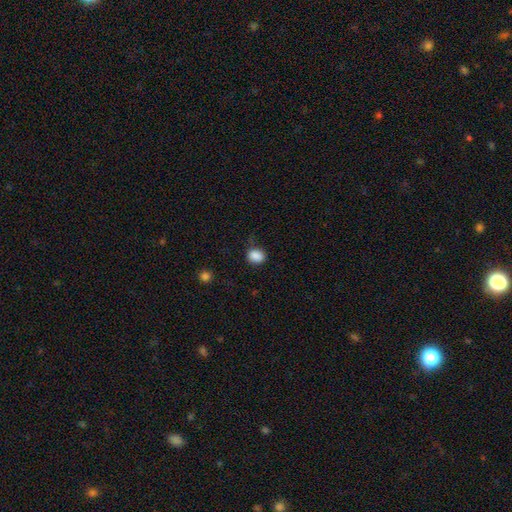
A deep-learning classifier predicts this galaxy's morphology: A smooth galaxy with no disk features (87%) that is round (60%).

Vote fractions:
- Smooth or featured? smooth: 87% / star or artifact: 10% / featured or disk: 3%
- How rounded? round: 60% / in between: 39% / cigar-shaped: 1%
- Merging? none: 68% / minor disturbance: 23% / major disturbance: 7% / merger: 2%